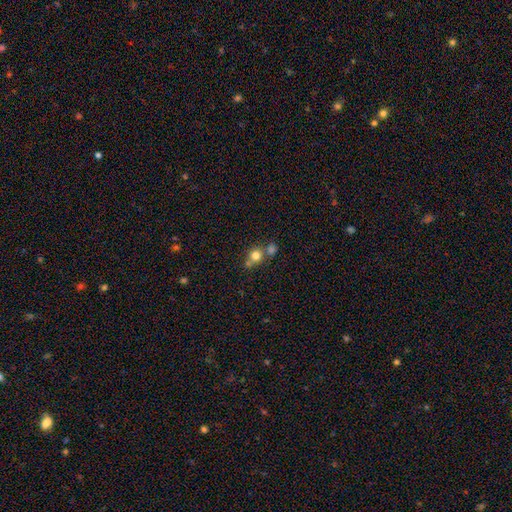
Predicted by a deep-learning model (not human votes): Morphology: type=smooth (75%); roundness=round (84%); merging=none (49%).